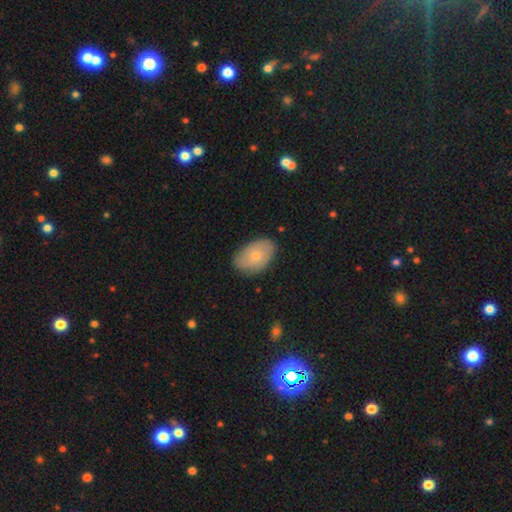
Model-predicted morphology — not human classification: A smooth galaxy with no disk features (58%) that is in between round and cigar-shaped (89%). Merging: none (81%).